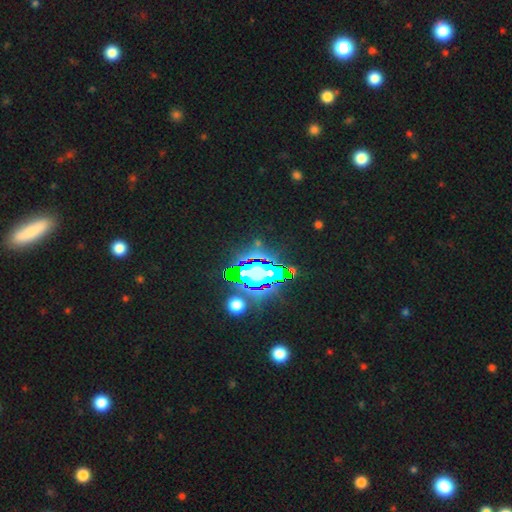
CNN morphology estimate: smooth-or-featured: star or artifact: 82% | smooth: 10% | featured or disk: 8%